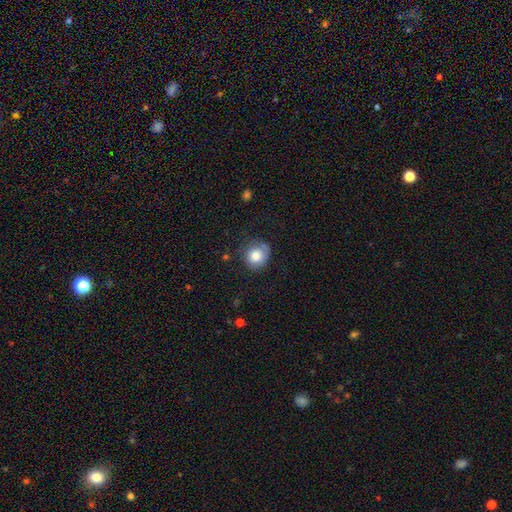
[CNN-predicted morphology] Smooth or featured: smooth — 80% (featured or disk — 11%)
How rounded: round — 86% (in between — 13%)
Merging: none — 67% (minor disturbance — 22%)